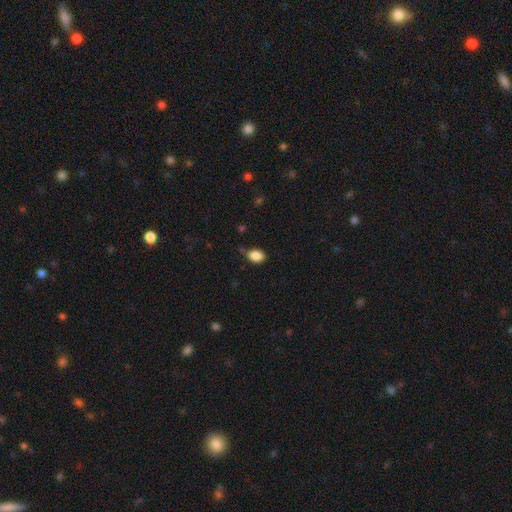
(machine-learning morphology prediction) smooth 87%, star or artifact 9%, featured or disk 4%. Down the decision tree: how rounded — in between (81%); merging — none (73%).